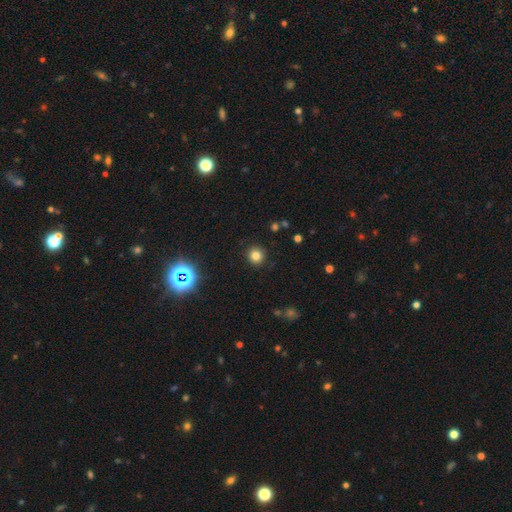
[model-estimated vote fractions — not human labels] smooth_or_featured: smooth (p=0.80) [alt: star or artifact p=0.14]
how_rounded: round (p=0.93) [alt: in between p=0.06]
merging: none (p=0.91) [alt: minor disturbance p=0.06]